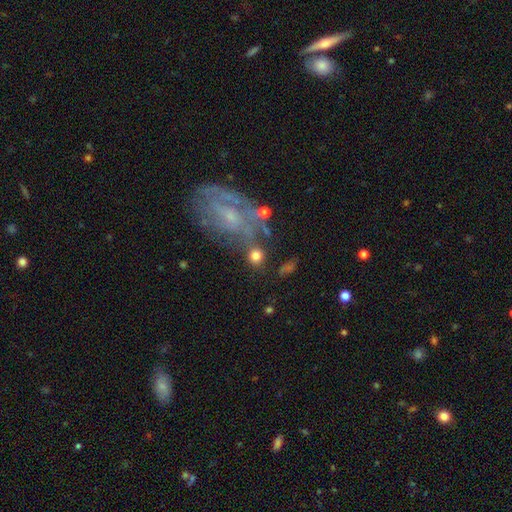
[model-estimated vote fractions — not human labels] Overall: smooth (75%). How rounded: round (86%). Merging: none (66%).